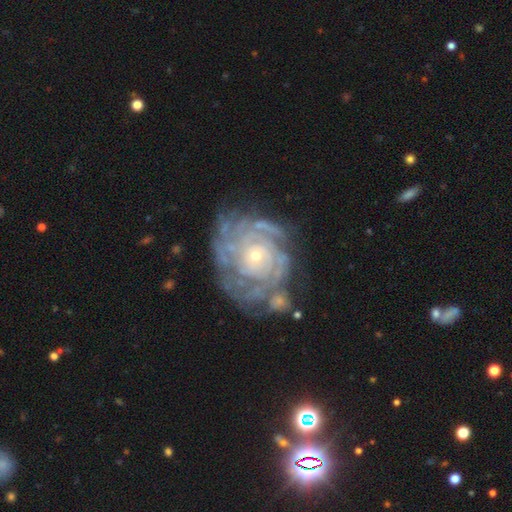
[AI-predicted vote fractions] Smooth or featured? Predicted: featured or disk (p=0.87). Edge-on disk? Predicted: no (p=0.97). Bar? Predicted: no (p=0.81). Spiral arms? Predicted: yes (p=0.94). Spiral winding? Predicted: tight (p=0.79). Spiral arm count? Predicted: can't tell (p=0.35). Bulge size? Predicted: small (p=0.74). Merging? Predicted: none (p=0.59).